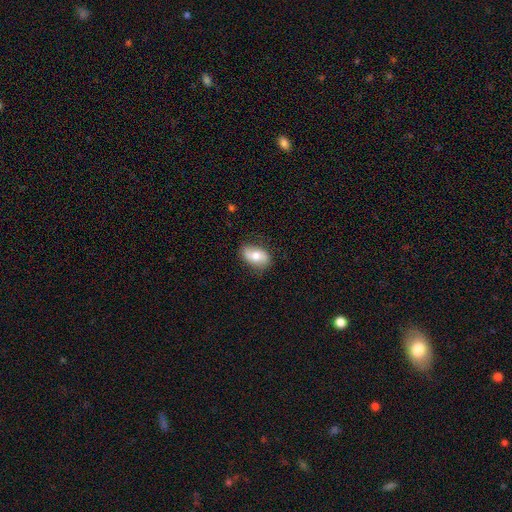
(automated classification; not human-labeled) Smooth or featured: smooth — 66% (featured or disk — 27%)
How rounded: in between — 89% (round — 9%)
Merging: none — 77% (minor disturbance — 17%)